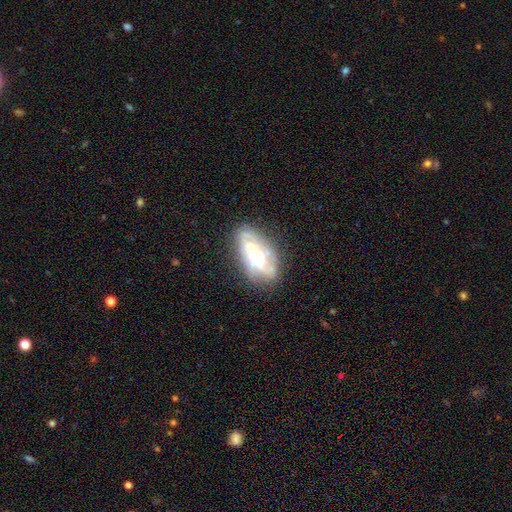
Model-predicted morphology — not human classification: Smooth or featured? featured or disk (67%)
Edge-on disk? no (88%)
Bar? no (45%)
Spiral arms? yes (73%)
Bulge size? moderate (45%)
Merging? none (67%)